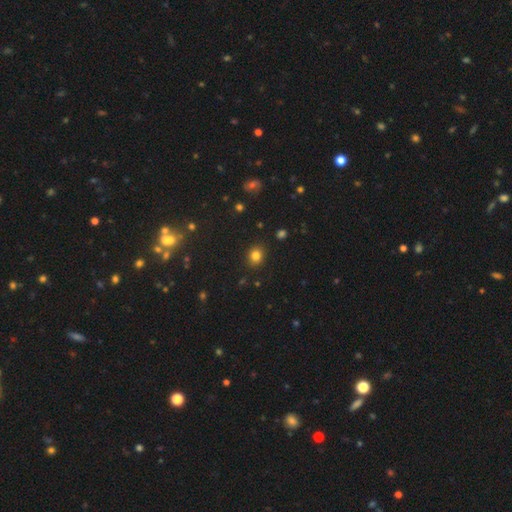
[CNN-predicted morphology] Overall: smooth (81%). How rounded: round (70%). Merging: none (88%).